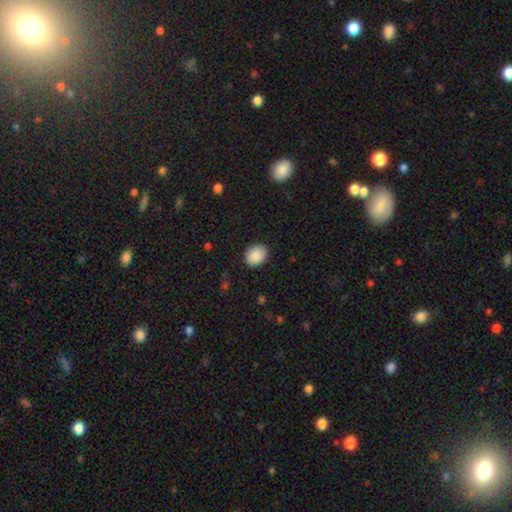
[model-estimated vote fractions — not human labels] Smooth or featured: smooth — 89% (star or artifact — 7%)
How rounded: in between — 52% (round — 48%)
Merging: none — 88% (minor disturbance — 9%)